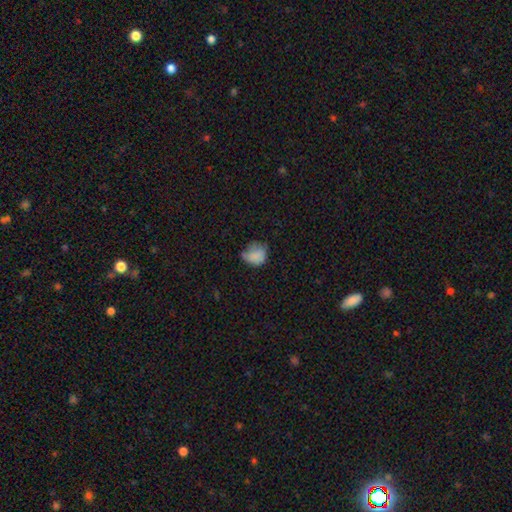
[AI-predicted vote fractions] This appears to be a smooth galaxy with no disk features (77%) that is round (56%). Merging: none (42%).